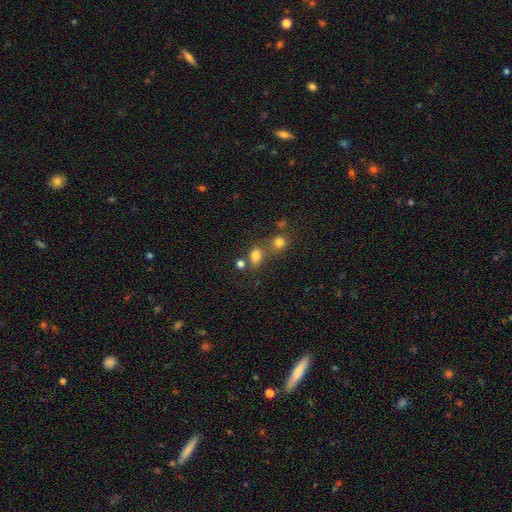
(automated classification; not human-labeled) smooth-or-featured: smooth: 78% | star or artifact: 15% | featured or disk: 8%
  how-rounded: in between: 57% | round: 41% | cigar-shaped: 2%
  merging: none: 48% | merger: 34% | minor disturbance: 12% | major disturbance: 6%